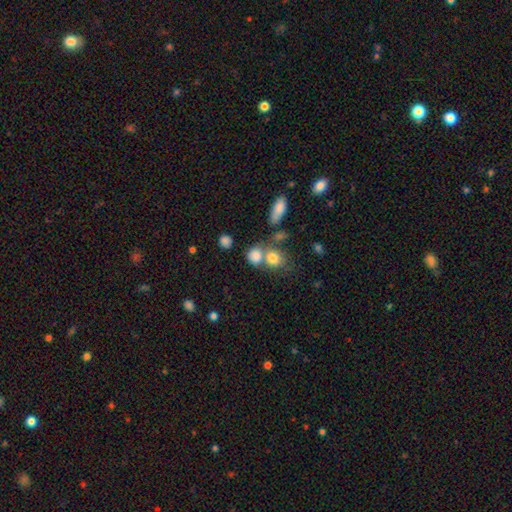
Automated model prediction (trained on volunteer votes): Smooth or featured: smooth — 80% (star or artifact — 11%)
How rounded: round — 63% (in between — 35%)
Merging: merger — 43% (none — 41%)